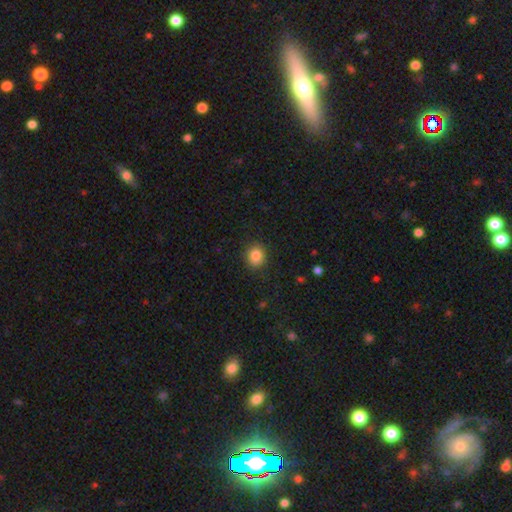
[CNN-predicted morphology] smooth-or-featured: smooth: 86% | star or artifact: 9% | featured or disk: 4%
  how-rounded: round: 69% | in between: 30% | cigar-shaped: 1%
  merging: none: 87% | minor disturbance: 10% | major disturbance: 3% | merger: 1%